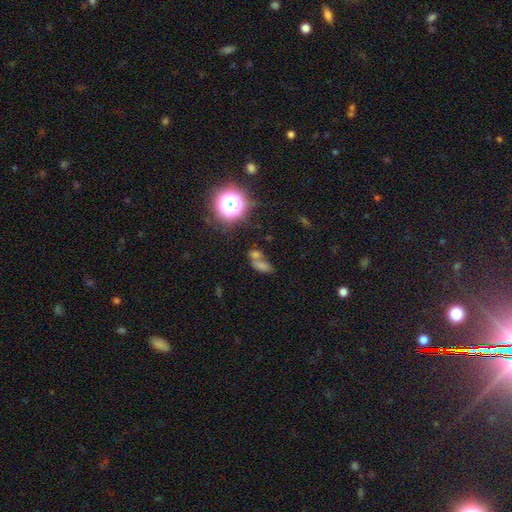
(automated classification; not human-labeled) smooth 52%, star or artifact 33%, featured or disk 15%. Down the decision tree: how rounded — in between (59%); merging — merger (41%).